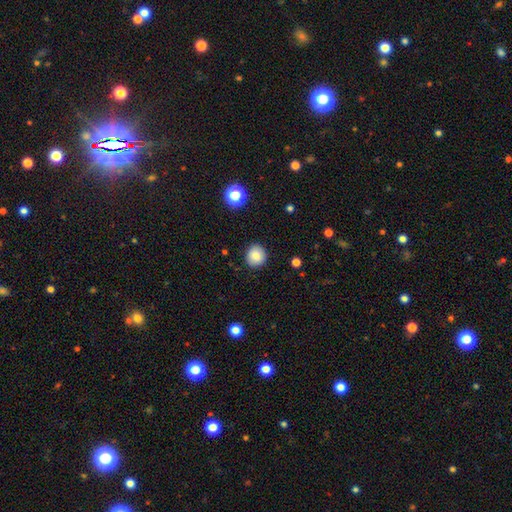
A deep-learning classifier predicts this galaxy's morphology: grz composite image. It shows a smooth galaxy with no disk features (85%) that is round (88%). Merging: none (89%).